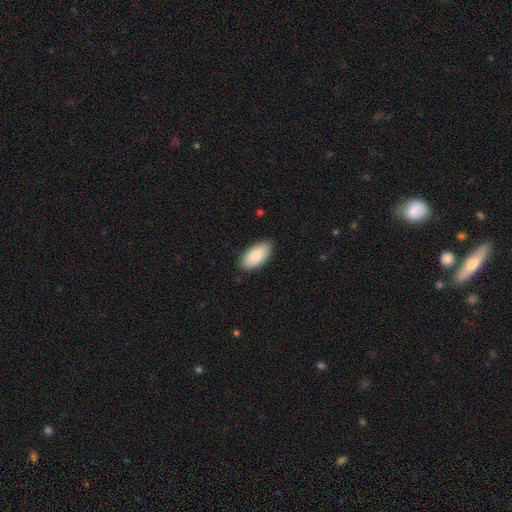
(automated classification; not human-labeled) Smooth or featured? Predicted: smooth (p=0.86). How rounded? Predicted: in between (p=0.94). Merging? Predicted: none (p=0.86).